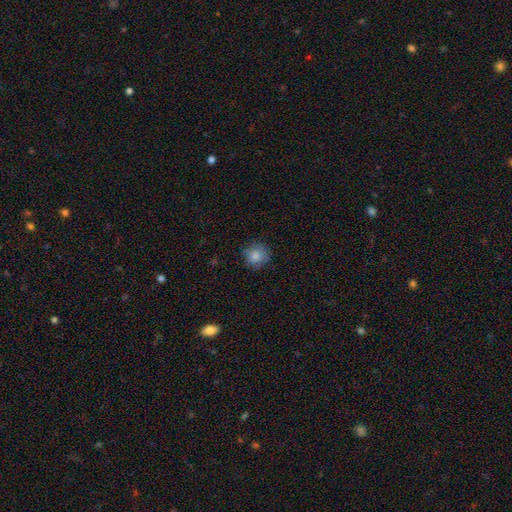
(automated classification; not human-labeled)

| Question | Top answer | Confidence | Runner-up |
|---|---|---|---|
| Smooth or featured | smooth | 85% | star or artifact (10%) |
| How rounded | round | 88% | in between (11%) |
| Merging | none | 81% | minor disturbance (15%) |